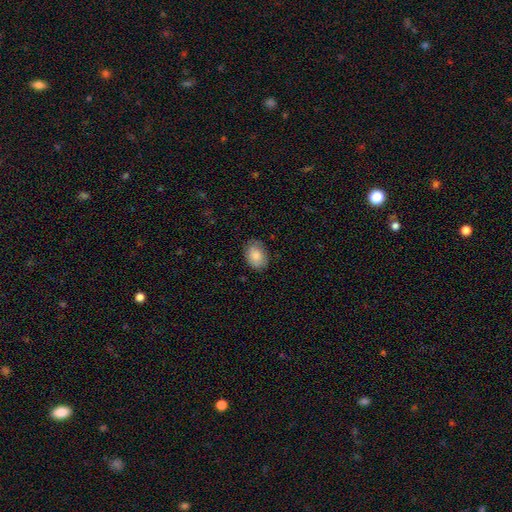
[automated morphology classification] This is clearly a smooth galaxy (83%). How rounded: likely in between (73%). Merging: clearly none (80%).